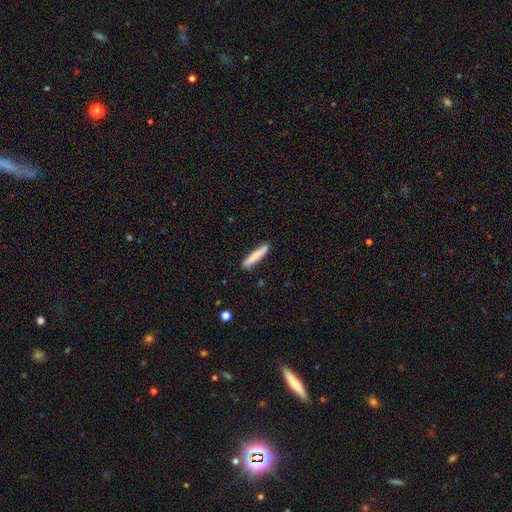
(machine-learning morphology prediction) The model was most divided on "smooth or featured": smooth: 81%, featured or disk: 13%, star or artifact: 6%. More confident: how rounded — cigar-shaped (91%); merging — none (88%).